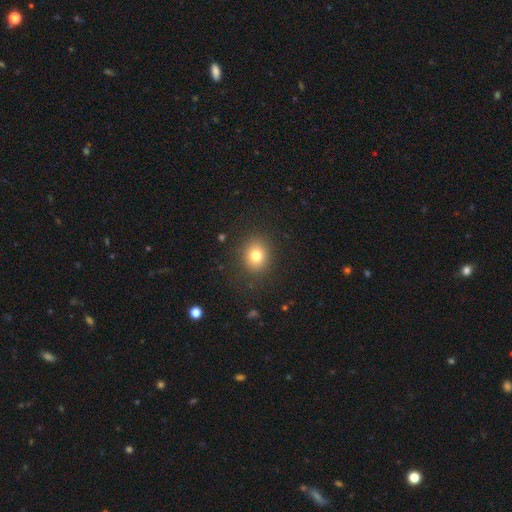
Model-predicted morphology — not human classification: A smooth galaxy with no disk features (78%) that is round (75%).

Vote fractions:
- Smooth or featured? smooth: 78% / star or artifact: 13% / featured or disk: 9%
- How rounded? round: 75% / in between: 24% / cigar-shaped: 1%
- Merging? none: 88% / minor disturbance: 8% / major disturbance: 4% / merger: 1%